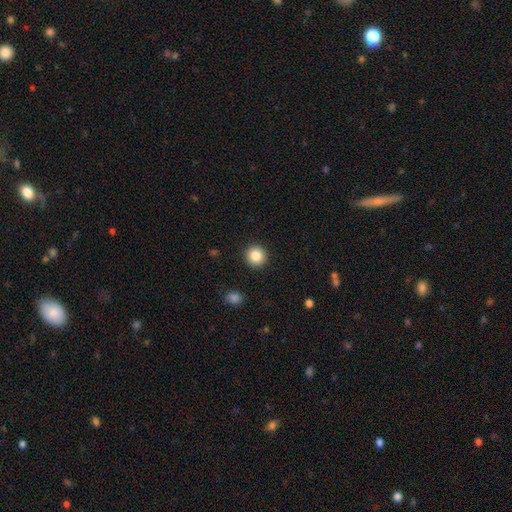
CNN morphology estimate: type=smooth (85%); roundness=round (94%); merging=none (92%).